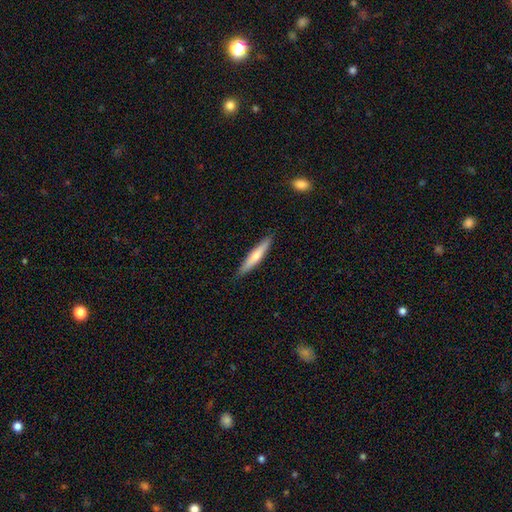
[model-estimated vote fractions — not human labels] The model was most divided on "smooth or featured": smooth: 57%, featured or disk: 38%, star or artifact: 5%. More confident: how rounded — cigar-shaped (91%); merging — none (90%).